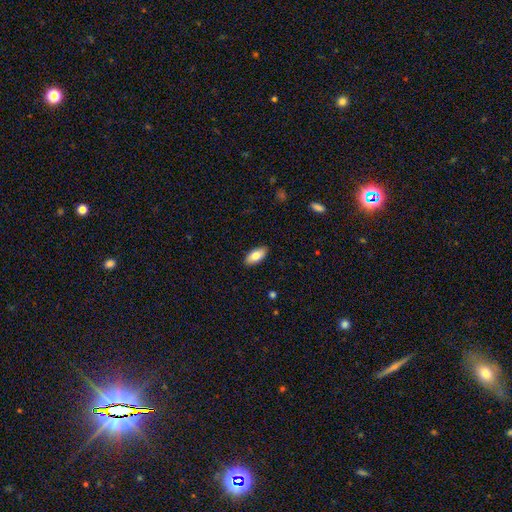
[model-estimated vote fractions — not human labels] This appears to be a smooth galaxy with no disk features (80%) that is in between round and cigar-shaped (91%). Merging: none (90%).